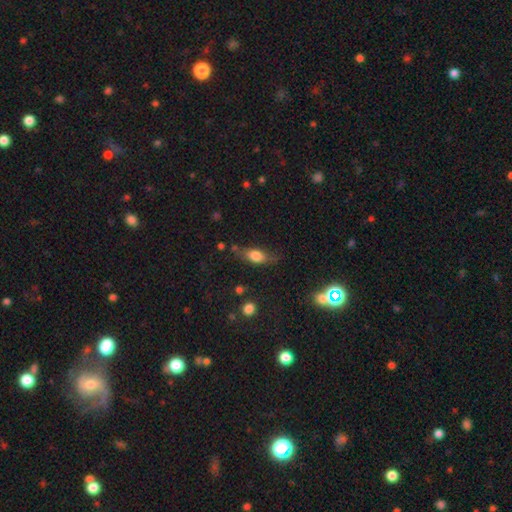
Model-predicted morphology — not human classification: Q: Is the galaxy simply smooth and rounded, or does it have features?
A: smooth — 72%.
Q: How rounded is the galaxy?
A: in between — 77%.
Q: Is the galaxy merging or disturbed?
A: none — 61%.